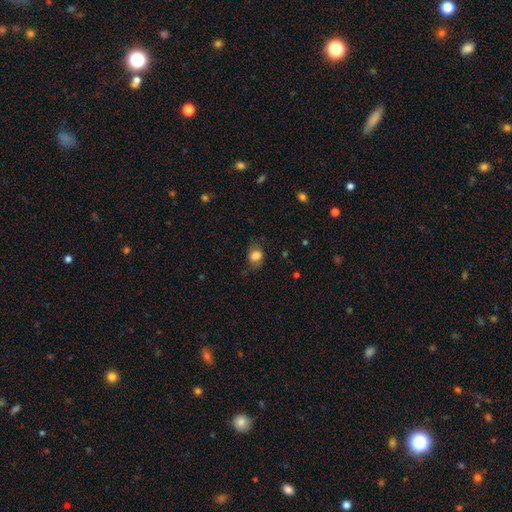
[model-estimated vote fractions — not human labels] Smooth or featured? smooth (76%)
How rounded? in between (58%)
Merging? none (63%)